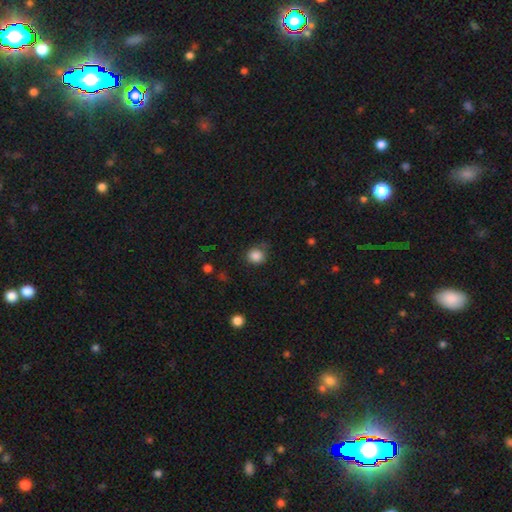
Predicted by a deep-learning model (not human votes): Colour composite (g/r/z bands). It shows a smooth galaxy with no disk features (85%) that is round (78%). Merging: none (69%).